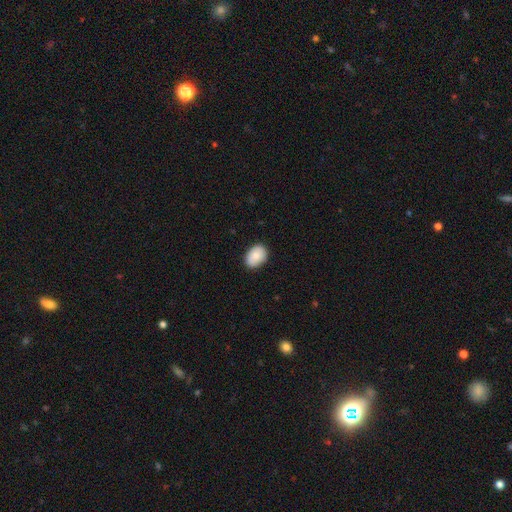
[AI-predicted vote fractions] smooth_or_featured: smooth (p=0.82) [alt: featured or disk p=0.11]
how_rounded: in between (p=0.76) [alt: round p=0.23]
merging: none (p=0.85) [alt: minor disturbance p=0.12]